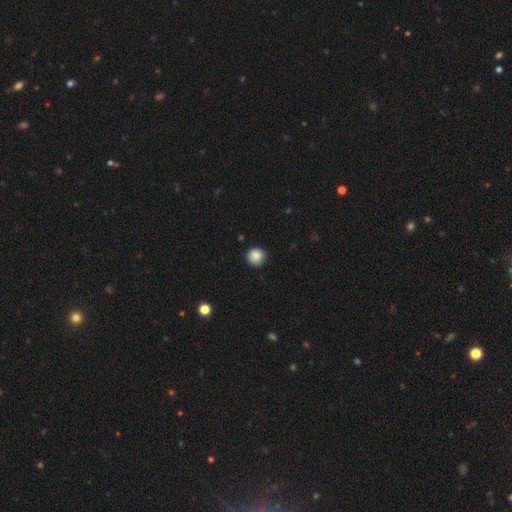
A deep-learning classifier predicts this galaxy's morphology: The model was most divided on "smooth or featured": smooth: 87%, star or artifact: 9%, featured or disk: 4%. More confident: how rounded — round (93%); merging — none (90%).